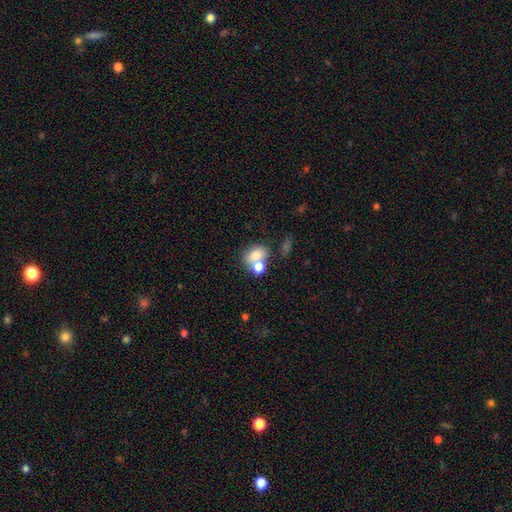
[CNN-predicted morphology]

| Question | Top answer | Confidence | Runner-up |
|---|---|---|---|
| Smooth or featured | smooth | 74% | featured or disk (15%) |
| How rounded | in between | 57% | round (42%) |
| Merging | merger | 47% | none (38%) |